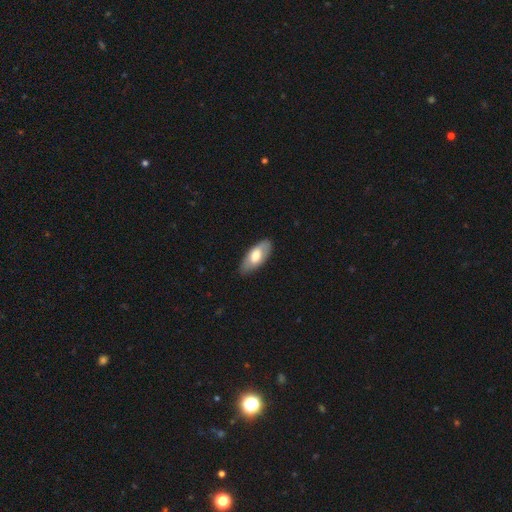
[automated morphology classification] smooth 63%, featured or disk 32%, star or artifact 5%. Down the decision tree: how rounded — in between (87%); merging — none (82%).